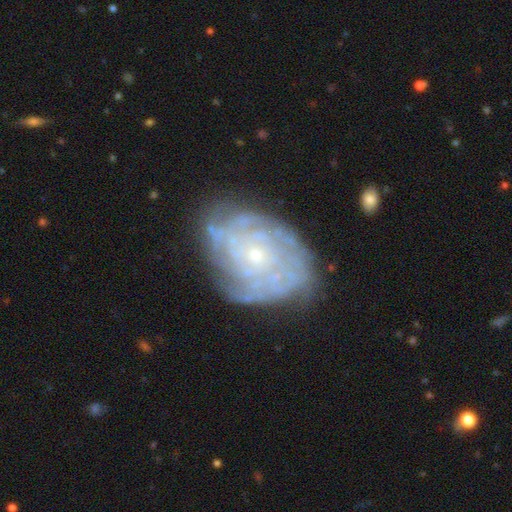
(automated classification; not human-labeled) Overall: featured or disk (82%). Edge-on disk: no (96%). Bar: no (82%). Spiral arms: yes (89%). Spiral arm count: can't tell (46%; 4 15%). Spiral winding: tight (76%). Bulge size: small (78%). Merging: none (72%).